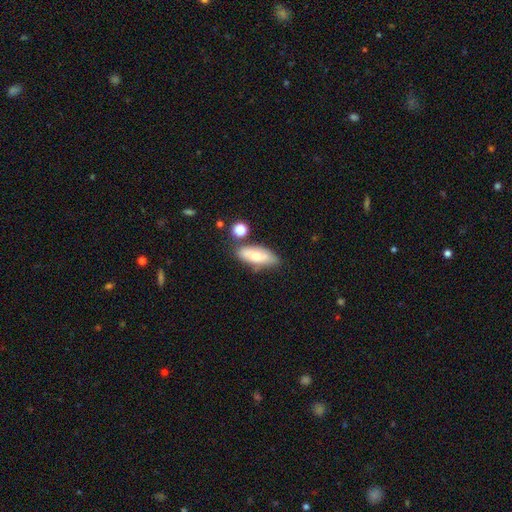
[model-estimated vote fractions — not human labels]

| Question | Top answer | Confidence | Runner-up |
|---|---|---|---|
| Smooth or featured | smooth | 70% | featured or disk (22%) |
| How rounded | in between | 71% | cigar-shaped (26%) |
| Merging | none | 63% | minor disturbance (21%) |